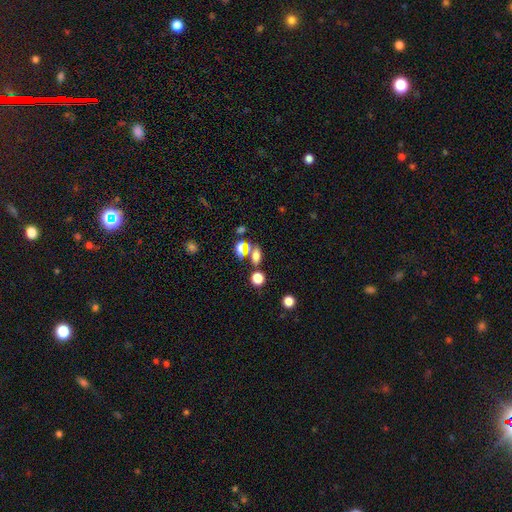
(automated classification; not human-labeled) A smooth galaxy with no disk features (62%) that is in between round and cigar-shaped (69%). Merging: none (57%).